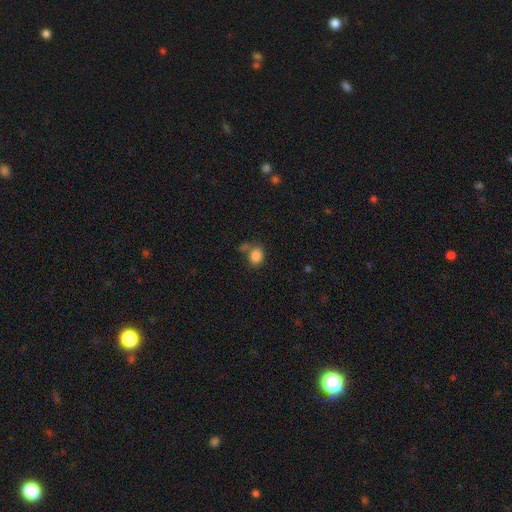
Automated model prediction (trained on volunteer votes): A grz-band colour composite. It shows a smooth galaxy with no disk features (85%) that is in between round and cigar-shaped (54%). Merging: none (58%).